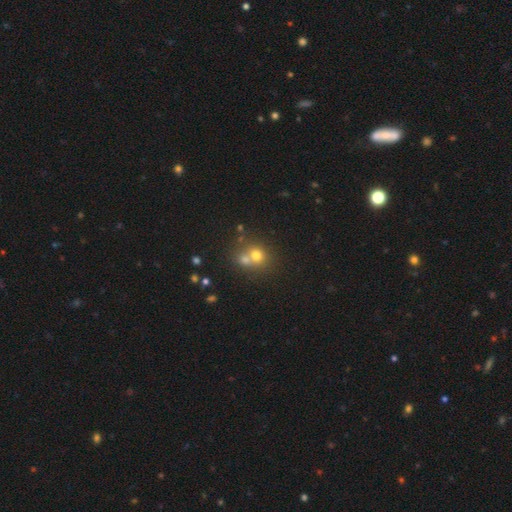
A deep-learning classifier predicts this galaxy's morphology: Overall: smooth (66%). How rounded: round (79%). Merging: merger (51%; none 39%).